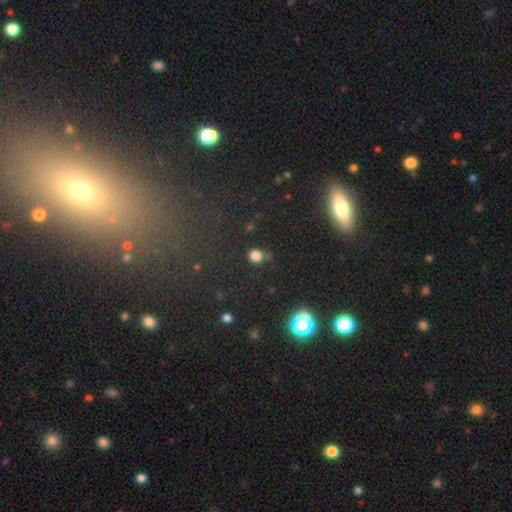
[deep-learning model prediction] Smooth or featured: smooth — 80% (star or artifact — 15%)
How rounded: round — 86% (in between — 13%)
Merging: none — 75% (minor disturbance — 14%)